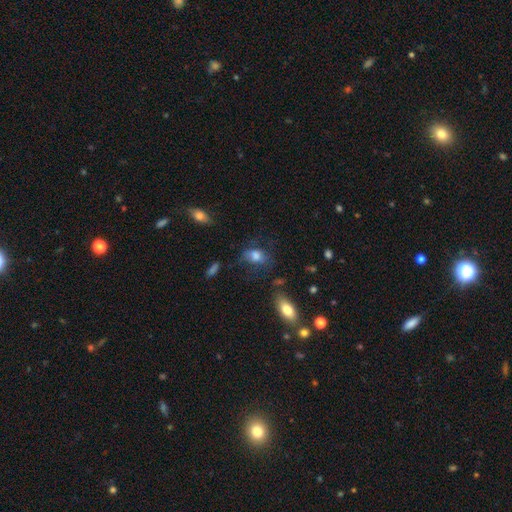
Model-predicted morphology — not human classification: Smooth or featured? Predicted: smooth (p=0.72). How rounded? Predicted: in between (p=0.76). Merging? Predicted: none (p=0.55).